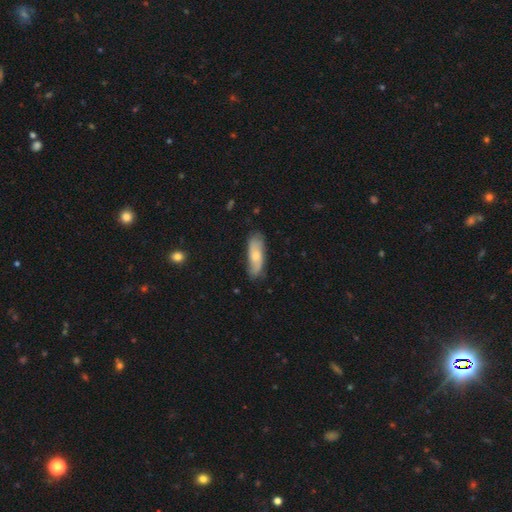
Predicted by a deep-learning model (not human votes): smooth_or_featured: smooth (p=0.55) [alt: featured or disk p=0.39]
how_rounded: in between (p=0.64) [alt: cigar-shaped p=0.33]
merging: none (p=0.74) [alt: minor disturbance p=0.20]